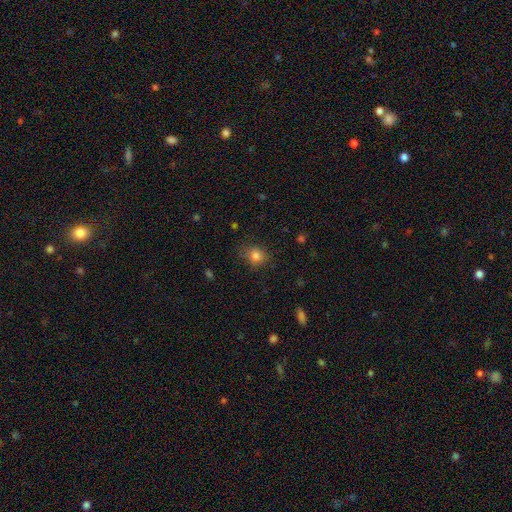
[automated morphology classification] Smooth or featured: smooth — 82% (star or artifact — 12%)
How rounded: round — 68% (in between — 31%)
Merging: none — 77% (minor disturbance — 17%)